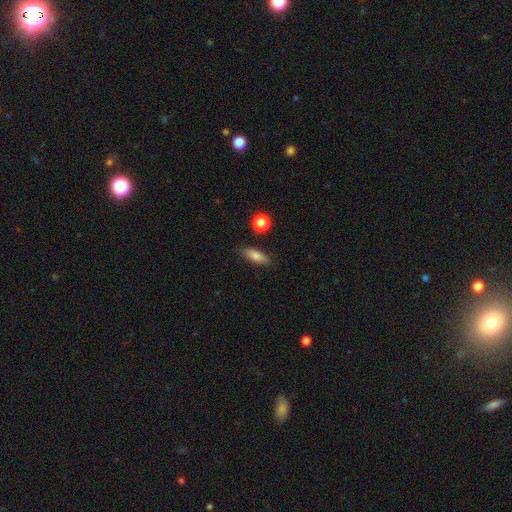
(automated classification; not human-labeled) Smooth or featured? smooth (76%)
How rounded? in between (53%)
Merging? none (85%)